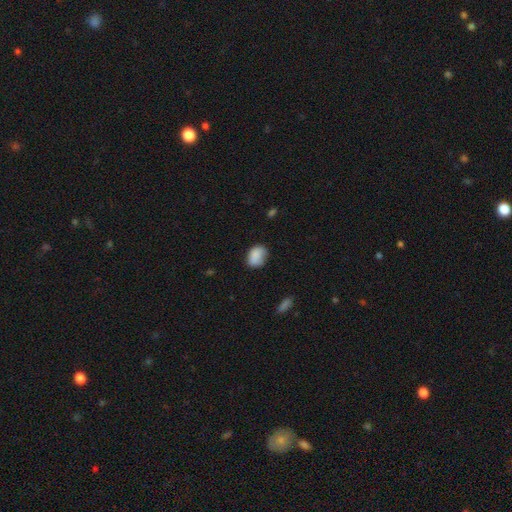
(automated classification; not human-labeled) Smooth or featured? Predicted: smooth (p=0.85). How rounded? Predicted: in between (p=0.70). Merging? Predicted: none (p=0.65).